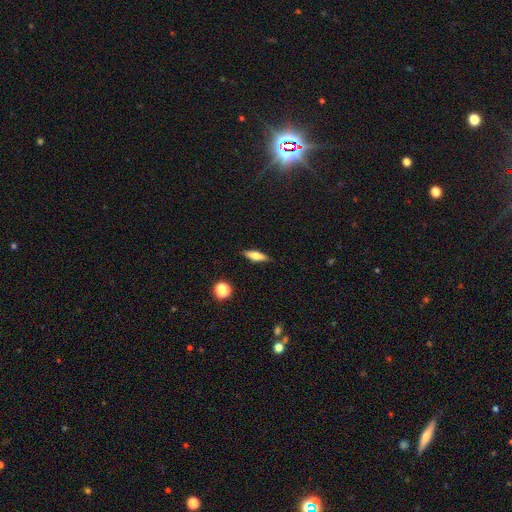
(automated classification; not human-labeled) smooth-or-featured: smooth: 70% | featured or disk: 22% | star or artifact: 8%
  how-rounded: in between: 49% | cigar-shaped: 48% | round: 3%
  merging: none: 86% | minor disturbance: 10% | major disturbance: 2% | merger: 1%